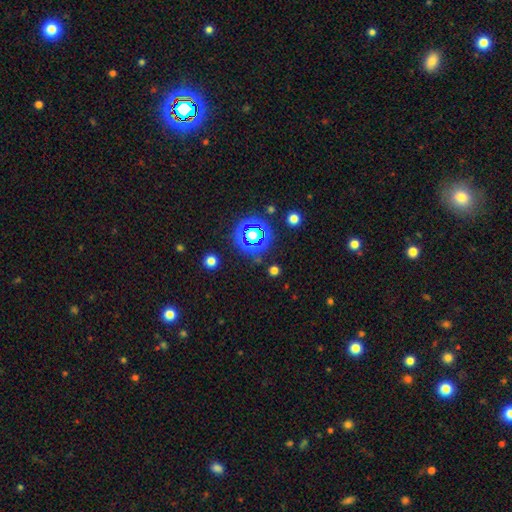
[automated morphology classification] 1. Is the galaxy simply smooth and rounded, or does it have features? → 72% star or artifact, 21% smooth, 8% featured or disk.